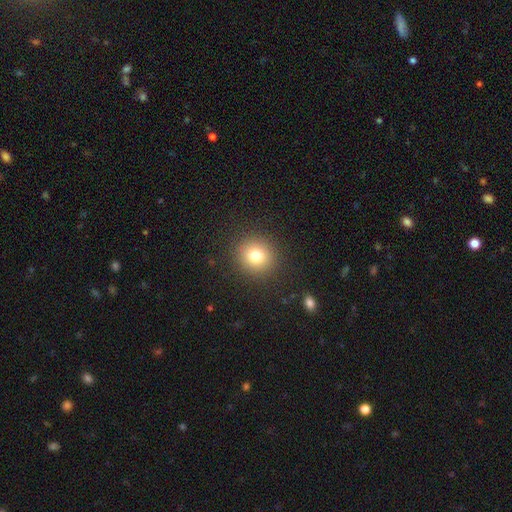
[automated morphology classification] This appears to be a smooth galaxy with no disk features (79%) that is round (89%). Merging: none (90%).